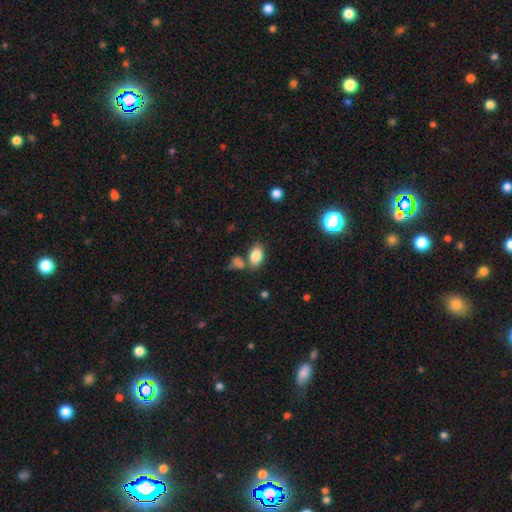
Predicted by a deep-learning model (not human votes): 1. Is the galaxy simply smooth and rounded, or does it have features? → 84% smooth, 9% star or artifact, 7% featured or disk.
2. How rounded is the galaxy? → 86% in between, 12% round, 2% cigar-shaped.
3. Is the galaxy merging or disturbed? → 66% none, 17% merger, 13% minor disturbance, 4% major disturbance.